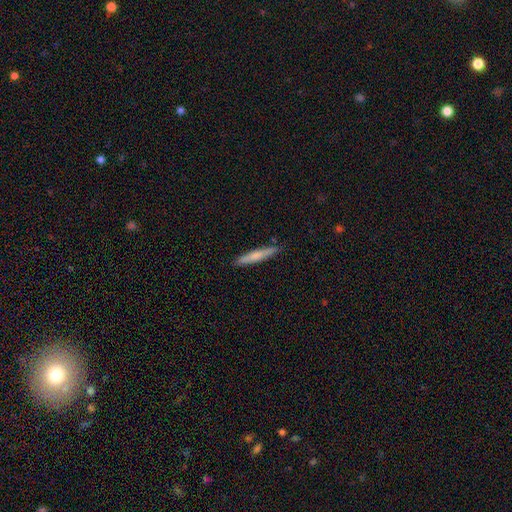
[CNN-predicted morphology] smooth-or-featured: smooth: 66% | featured or disk: 28% | star or artifact: 5%
  how-rounded: cigar-shaped: 95% | in between: 4% | round: 1%
  merging: none: 89% | minor disturbance: 8% | major disturbance: 1% | merger: 1%